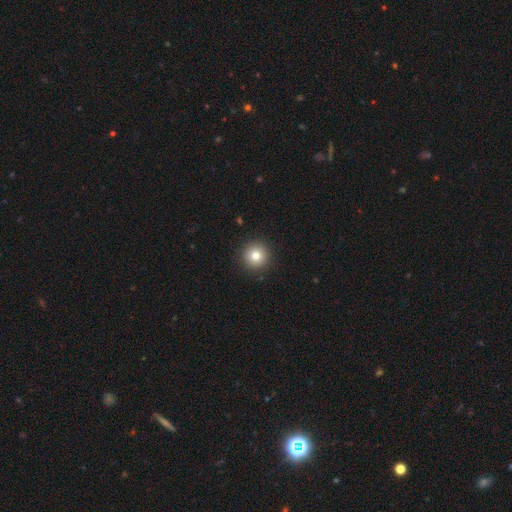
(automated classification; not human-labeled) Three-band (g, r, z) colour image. It shows a smooth galaxy with no disk features (79%) that is round (96%). Merging: none (92%).